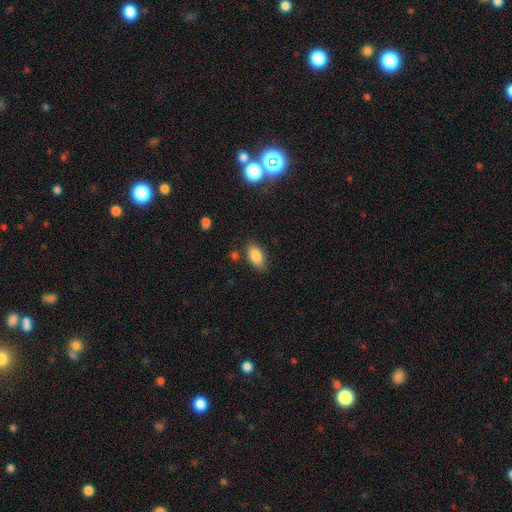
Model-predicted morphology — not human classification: A smooth galaxy with no disk features (86%) that is in between round and cigar-shaped (92%).

Vote fractions:
- Smooth or featured? smooth: 86% / star or artifact: 8% / featured or disk: 6%
- How rounded? in between: 92% / round: 5% / cigar-shaped: 4%
- Merging? none: 77% / minor disturbance: 16% / major disturbance: 4% / merger: 3%